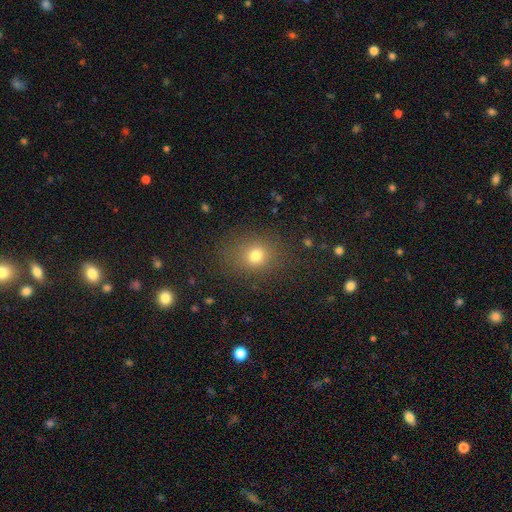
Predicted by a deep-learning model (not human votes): A smooth galaxy with no disk features (75%) that is round (64%). Merging: none (82%).